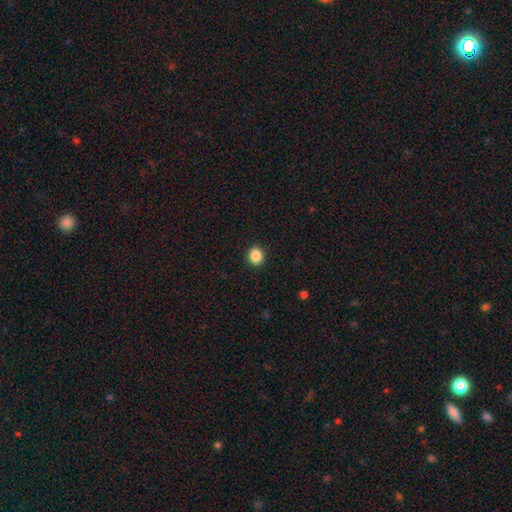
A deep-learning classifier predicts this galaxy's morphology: Q: Smooth or featured?
A: smooth (87%); runner-up: star or artifact (10%)
Q: How rounded?
A: round (82%); runner-up: in between (17%)
Q: Merging?
A: none (92%); runner-up: minor disturbance (5%)